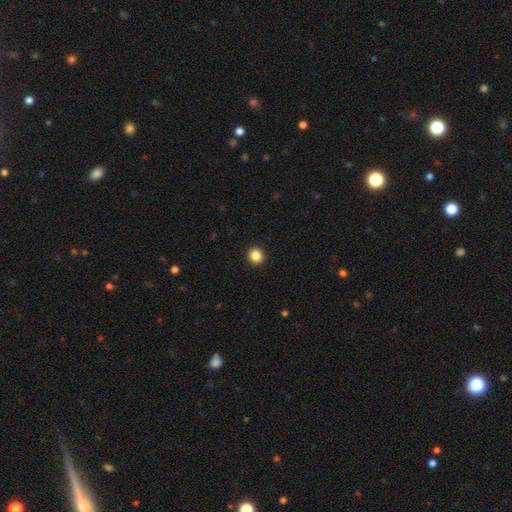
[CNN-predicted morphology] Smooth or featured? Predicted: smooth (p=0.86). How rounded? Predicted: round (p=0.88). Merging? Predicted: none (p=0.93).